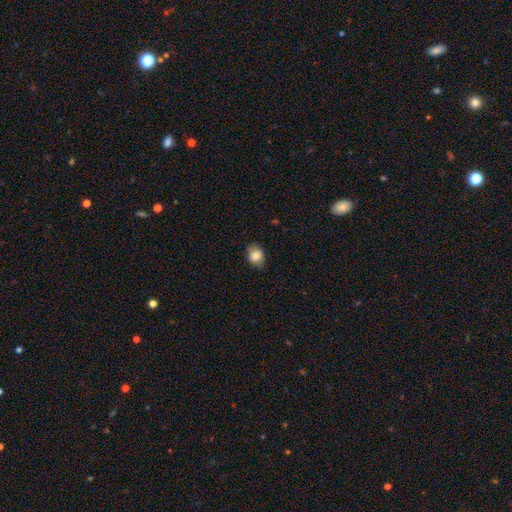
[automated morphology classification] smooth_or_featured: smooth (p=0.82) [alt: featured or disk p=0.10]
how_rounded: in between (p=0.65) [alt: round p=0.34]
merging: none (p=0.79) [alt: minor disturbance p=0.16]